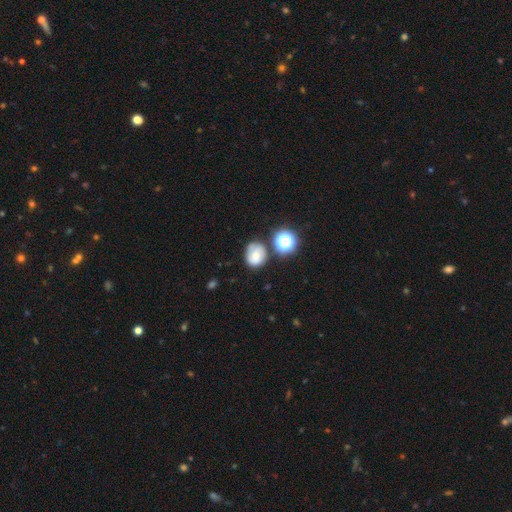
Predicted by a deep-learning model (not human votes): Smooth or featured? Predicted: smooth (p=0.64). How rounded? Predicted: round (p=0.63). Merging? Predicted: none (p=0.62).